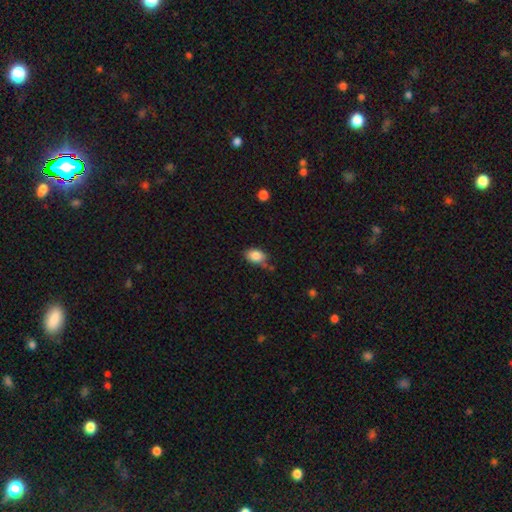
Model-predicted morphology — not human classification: Smooth or featured: smooth — 85% (star or artifact — 8%)
How rounded: in between — 82% (round — 16%)
Merging: none — 64% (minor disturbance — 23%)